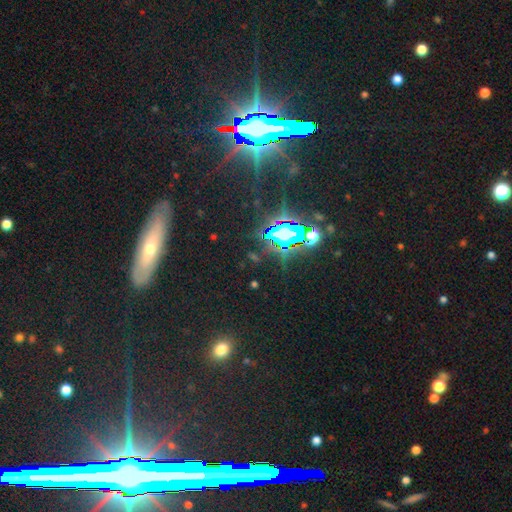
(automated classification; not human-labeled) Q: Smooth or featured?
A: star or artifact (69%); runner-up: smooth (18%)